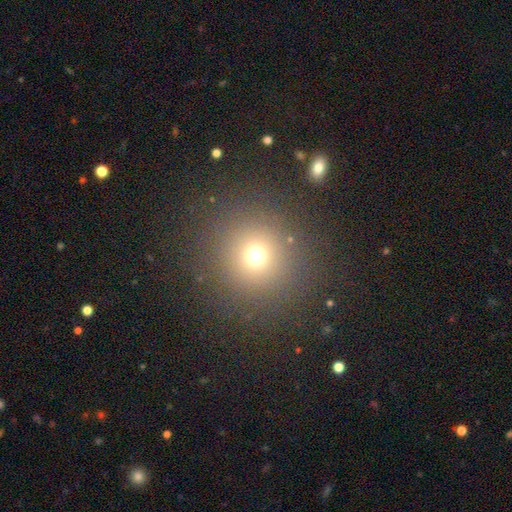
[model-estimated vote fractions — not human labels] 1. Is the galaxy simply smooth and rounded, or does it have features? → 69% smooth, 22% star or artifact, 9% featured or disk.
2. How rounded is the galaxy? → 93% round, 6% in between, 1% cigar-shaped.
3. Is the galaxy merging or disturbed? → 86% none, 7% minor disturbance, 5% major disturbance, 2% merger.